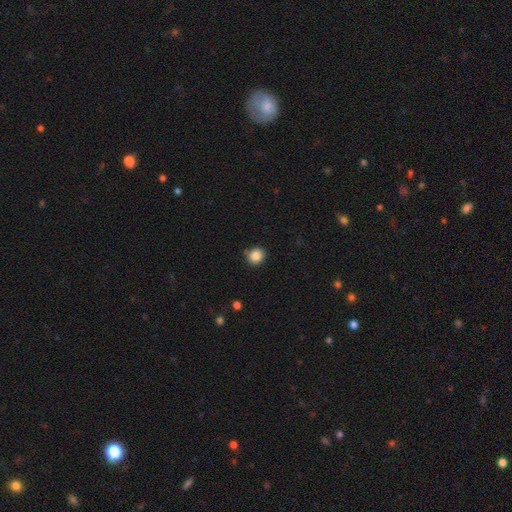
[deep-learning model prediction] This is clearly a smooth galaxy (86%). How rounded: clearly round (85%). Merging: clearly none (84%).